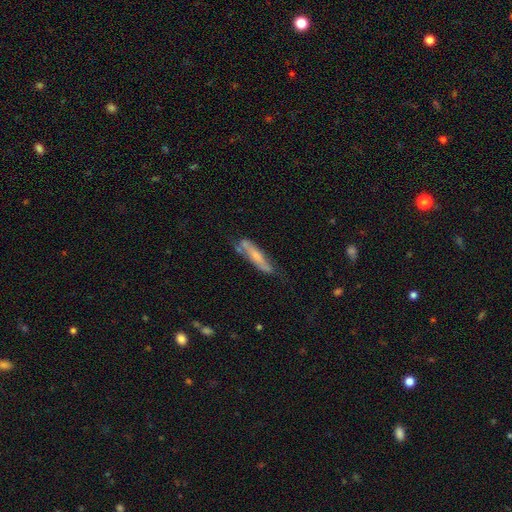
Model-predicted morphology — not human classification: type=smooth (50%); merging=none (50%).